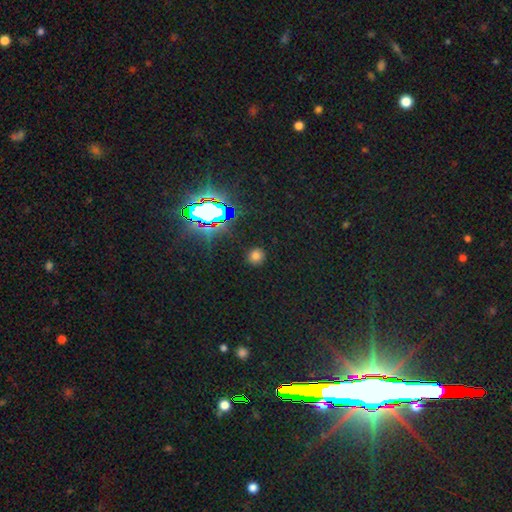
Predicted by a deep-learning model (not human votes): Smooth or featured: smooth — 69% (star or artifact — 25%)
How rounded: round — 89% (in between — 10%)
Merging: none — 89% (minor disturbance — 7%)